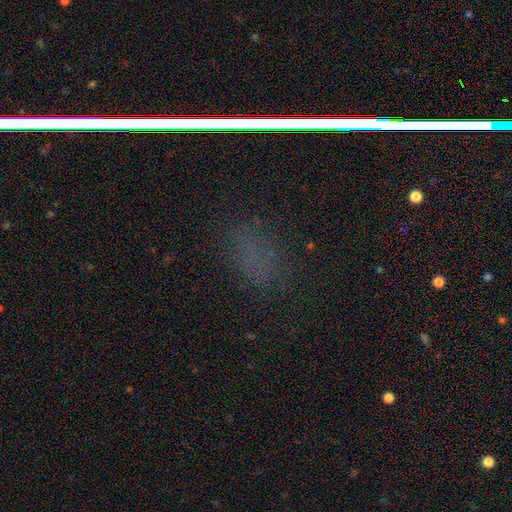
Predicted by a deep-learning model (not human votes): Smooth or featured? Predicted: star or artifact (p=0.56).